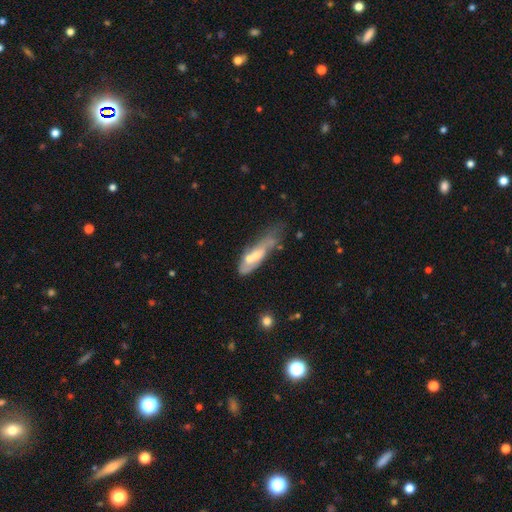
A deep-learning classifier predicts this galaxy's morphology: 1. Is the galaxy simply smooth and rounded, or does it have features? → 51% featured or disk, 42% smooth, 8% star or artifact.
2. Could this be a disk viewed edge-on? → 70% no, 30% yes.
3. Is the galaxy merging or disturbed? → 26% merger, 25% minor disturbance, 25% major disturbance, 24% none.